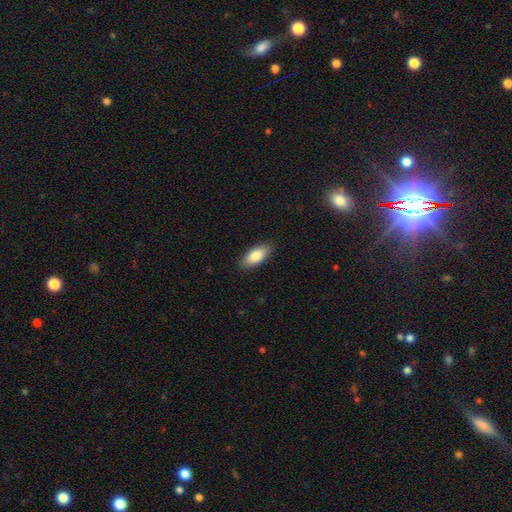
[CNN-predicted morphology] Smooth or featured: smooth — 82% (featured or disk — 12%)
How rounded: in between — 84% (cigar-shaped — 14%)
Merging: none — 88% (minor disturbance — 9%)